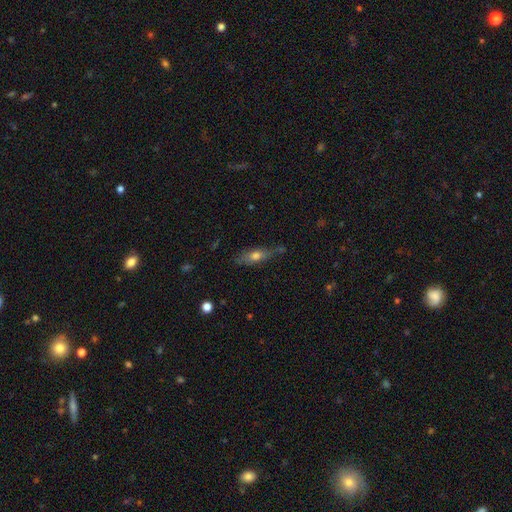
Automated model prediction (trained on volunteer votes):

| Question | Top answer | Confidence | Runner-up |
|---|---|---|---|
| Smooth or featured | smooth | 57% | featured or disk (34%) |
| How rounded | in between | 48% | tied: cigar-shaped (48%) |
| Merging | none | 65% | minor disturbance (23%) |